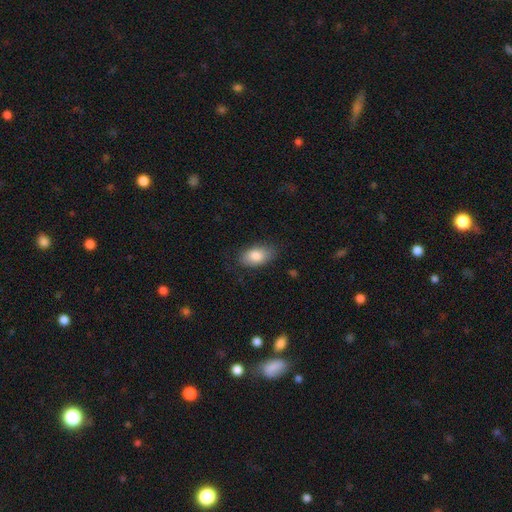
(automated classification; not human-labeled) Smooth or featured?
  - smooth: 84% *
  - featured or disk: 9%
  - star or artifact: 7%
How rounded?
  - in between: 92% *
  - round: 5%
  - cigar-shaped: 2%
Merging?
  - none: 77% *
  - minor disturbance: 17%
  - major disturbance: 4%
  - merger: 1%